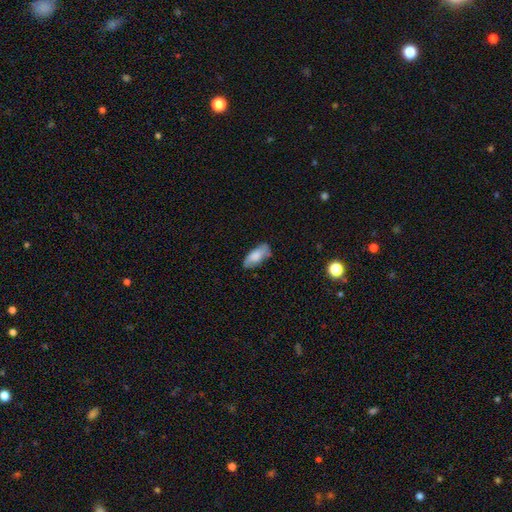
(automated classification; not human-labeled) Smooth or featured?
  - smooth: 78% *
  - featured or disk: 16%
  - star or artifact: 7%
How rounded?
  - in between: 85% *
  - cigar-shaped: 12%
  - round: 2%
Merging?
  - none: 66% *
  - minor disturbance: 26%
  - major disturbance: 5%
  - merger: 2%